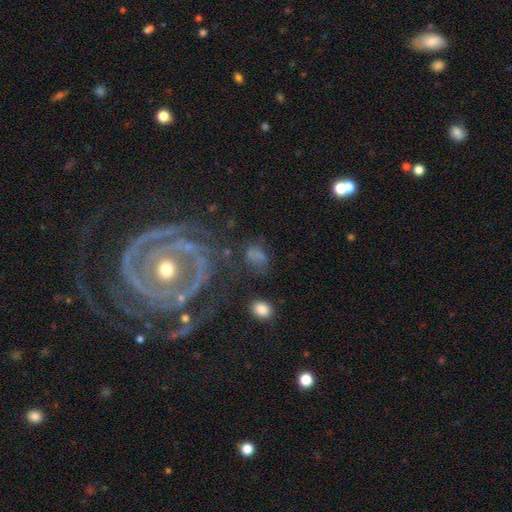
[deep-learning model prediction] Overall: smooth (50%; featured or disk 34%). How rounded: in between (64%; round 32%). Merging: none (57%; minor disturbance 19%).